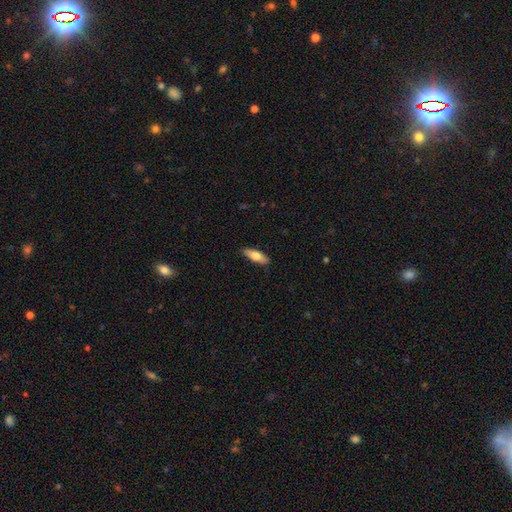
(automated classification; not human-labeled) Smooth or featured? Predicted: smooth (p=0.69). How rounded? Predicted: in between (p=0.57). Merging? Predicted: none (p=0.87).